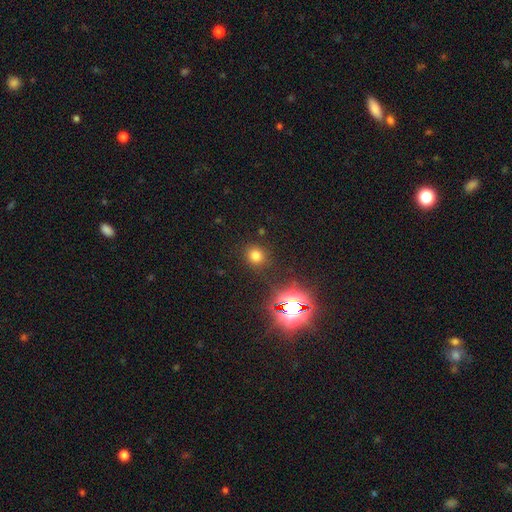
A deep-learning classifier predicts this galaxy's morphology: A smooth galaxy with no disk features (71%) that is round (87%).

Vote fractions:
- Smooth or featured? smooth: 71% / star or artifact: 22% / featured or disk: 6%
- How rounded? round: 87% / in between: 12% / cigar-shaped: 1%
- Merging? none: 87% / minor disturbance: 7% / major disturbance: 3% / merger: 2%